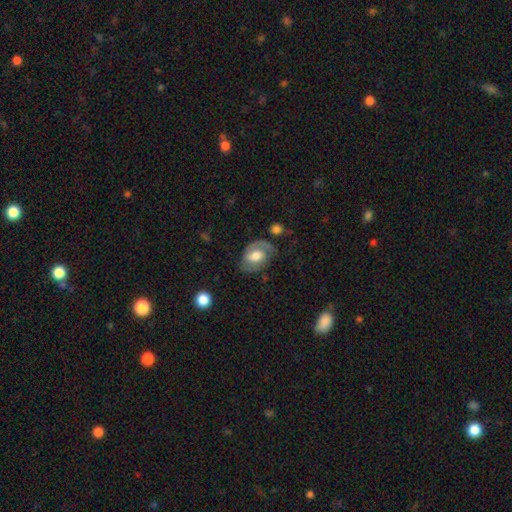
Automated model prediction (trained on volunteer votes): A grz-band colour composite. It shows a featured or disk galaxy (73%) with a weak bar (43%, tied with no), 2 (79%) medium (48%) spiral arms (90%) and a moderate central bulge (56%). Merging: none (65%).